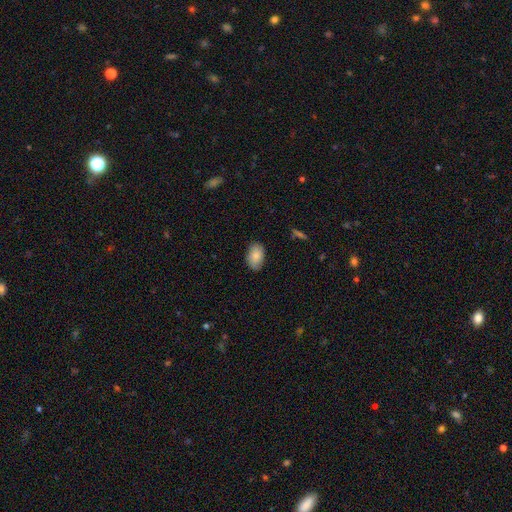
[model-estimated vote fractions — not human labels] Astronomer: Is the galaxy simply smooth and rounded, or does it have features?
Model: smooth — 85%.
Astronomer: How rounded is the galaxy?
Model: in between — 91%.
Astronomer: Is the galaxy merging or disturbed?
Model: none — 83%.